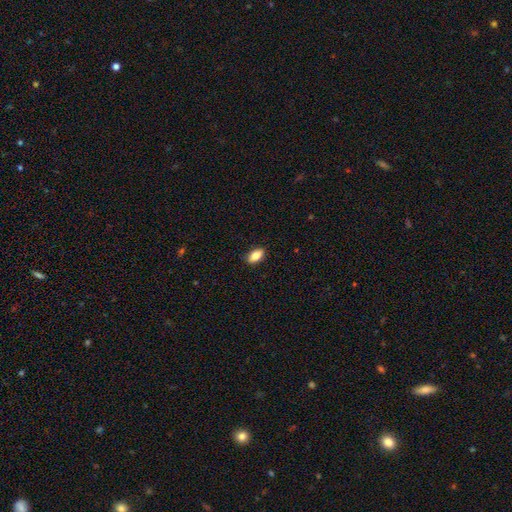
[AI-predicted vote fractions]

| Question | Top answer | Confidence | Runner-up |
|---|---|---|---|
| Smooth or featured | smooth | 82% | featured or disk (11%) |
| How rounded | in between | 87% | cigar-shaped (8%) |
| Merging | none | 87% | minor disturbance (10%) |